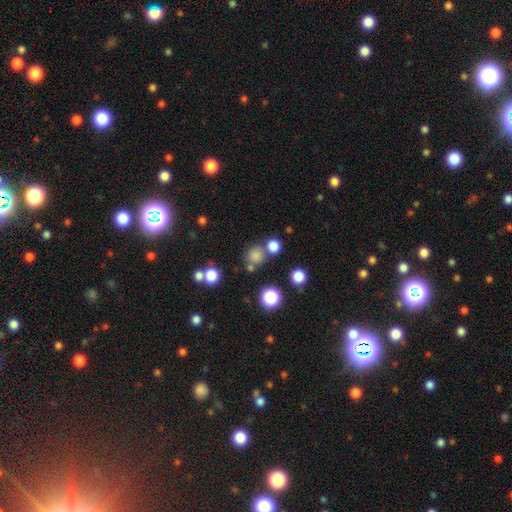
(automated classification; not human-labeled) Smooth or featured: smooth — 76% (star or artifact — 18%)
How rounded: round — 89% (in between — 10%)
Merging: none — 69% (merger — 17%)